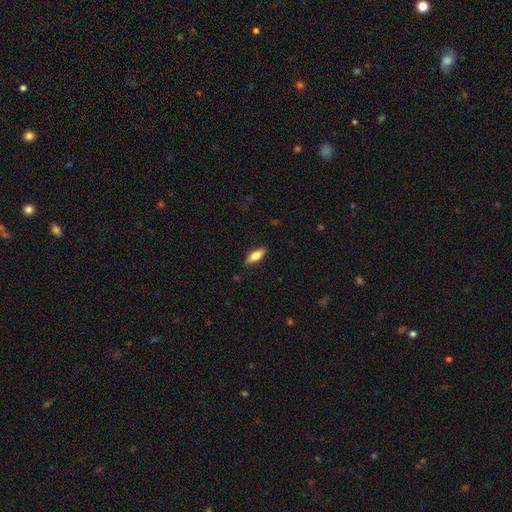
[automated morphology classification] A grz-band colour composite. It shows a smooth galaxy with no disk features (71%) that is in between round and cigar-shaped (70%). Merging: none (86%).